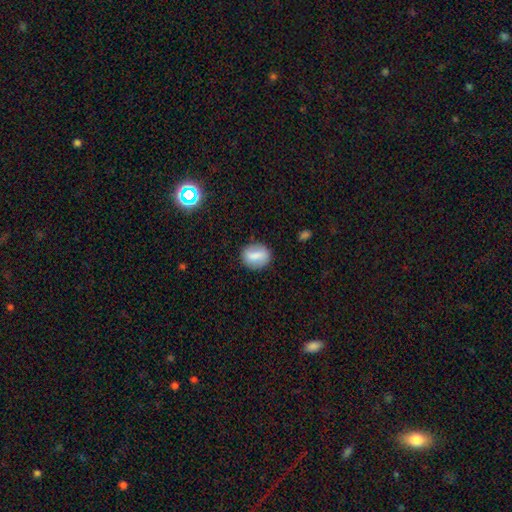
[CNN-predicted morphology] This is likely a smooth galaxy (74%). How rounded: possibly round (51%). Merging: clearly none (84%).